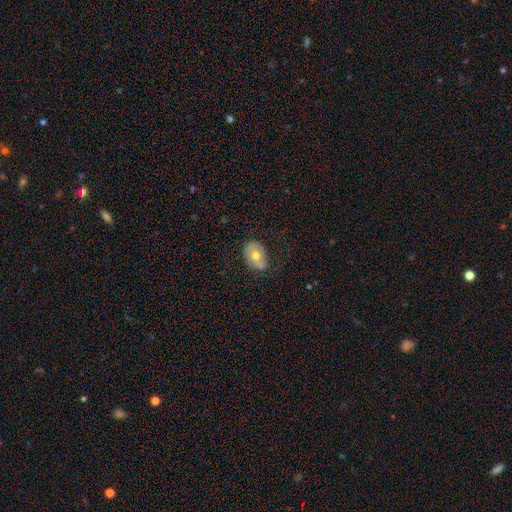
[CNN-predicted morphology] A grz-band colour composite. It shows a smooth galaxy with no disk features (57%) that is in between round and cigar-shaped (78%). Merging: none (64%).